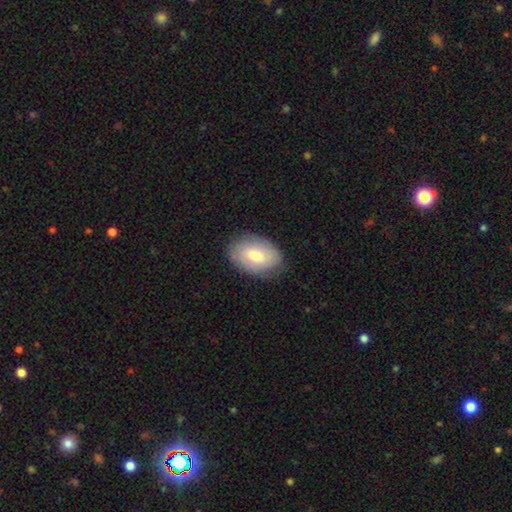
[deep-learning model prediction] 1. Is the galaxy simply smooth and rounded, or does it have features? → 64% smooth, 29% featured or disk, 7% star or artifact.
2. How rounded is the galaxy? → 87% in between, 12% round, 1% cigar-shaped.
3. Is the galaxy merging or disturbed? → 81% none, 14% minor disturbance, 4% major disturbance, 1% merger.